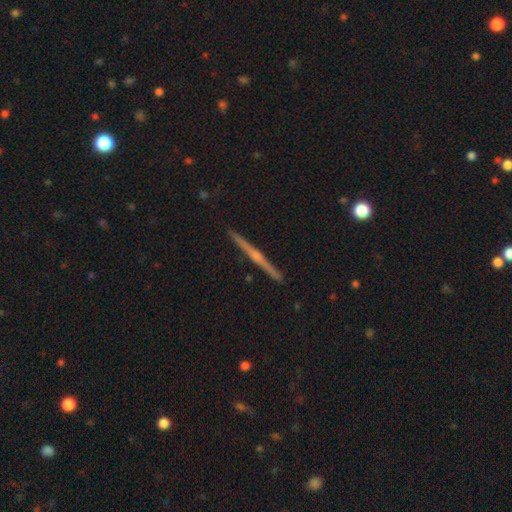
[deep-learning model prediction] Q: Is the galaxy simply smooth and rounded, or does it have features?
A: featured or disk — 79%.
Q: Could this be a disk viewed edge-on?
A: yes — 99%.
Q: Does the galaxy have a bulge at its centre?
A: rounded — 70%.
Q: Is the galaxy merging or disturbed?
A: none — 93%.